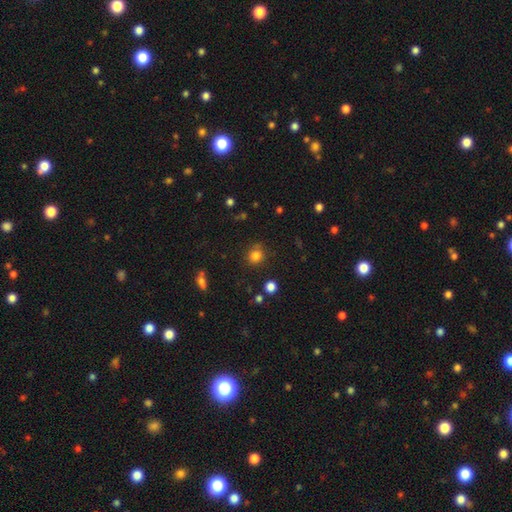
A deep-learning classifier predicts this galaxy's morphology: Smooth or featured? Predicted: smooth (p=0.80). How rounded? Predicted: round (p=0.85). Merging? Predicted: none (p=0.81).